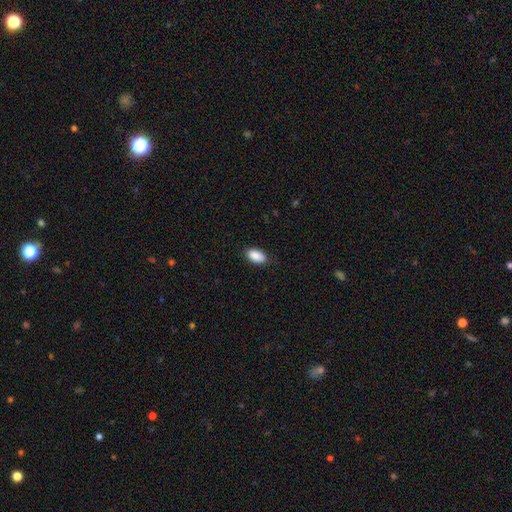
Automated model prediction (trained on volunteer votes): Q: Smooth or featured?
A: smooth (89%); runner-up: star or artifact (7%)
Q: How rounded?
A: in between (94%); runner-up: round (4%)
Q: Merging?
A: none (84%); runner-up: minor disturbance (13%)